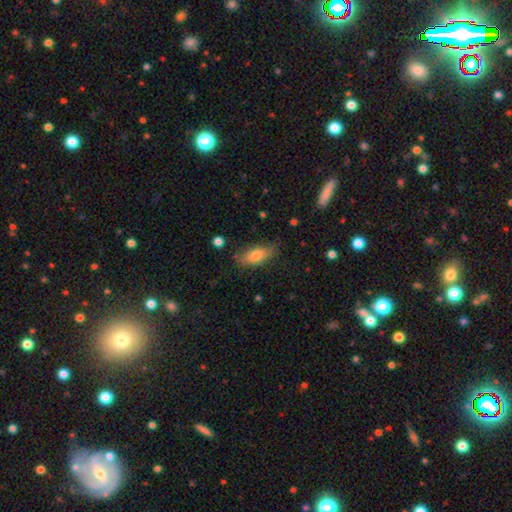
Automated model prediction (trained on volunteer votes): Q: Smooth or featured?
A: smooth (77%); runner-up: featured or disk (16%)
Q: How rounded?
A: in between (84%); runner-up: cigar-shaped (13%)
Q: Merging?
A: none (72%); runner-up: minor disturbance (21%)